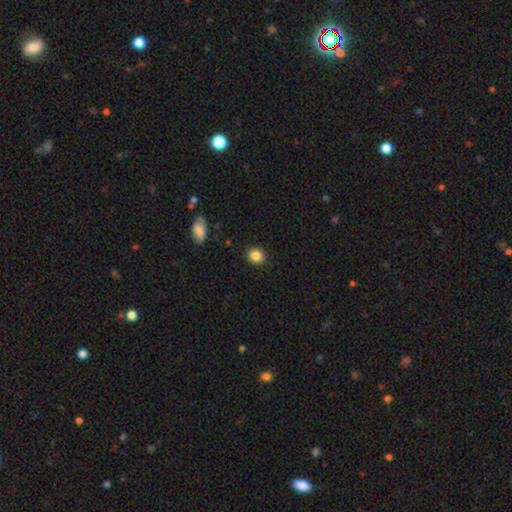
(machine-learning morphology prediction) The model was most divided on "how rounded": round: 79%, in between: 20%, cigar-shaped: 1%. More confident: merging — none (90%); smooth or featured — smooth (86%).